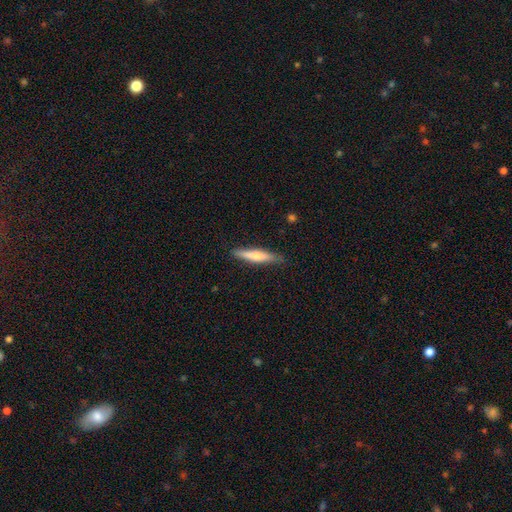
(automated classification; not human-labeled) Q: Smooth or featured?
A: smooth (64%); runner-up: featured or disk (30%)
Q: How rounded?
A: cigar-shaped (89%); runner-up: in between (10%)
Q: Merging?
A: none (87%); runner-up: minor disturbance (10%)